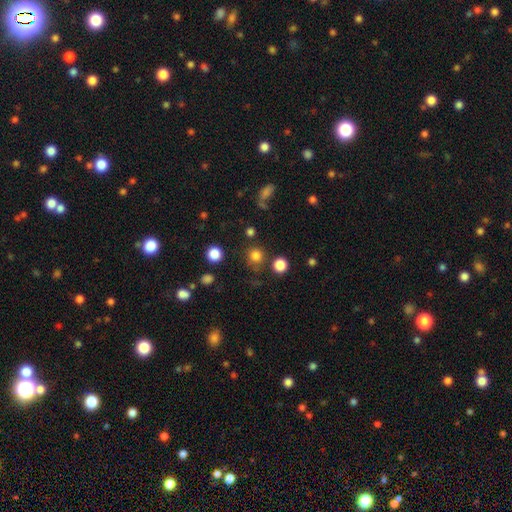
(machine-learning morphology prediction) smooth-or-featured: smooth: 80% | star or artifact: 15% | featured or disk: 5%
  how-rounded: round: 92% | in between: 7% | cigar-shaped: 1%
  merging: none: 80% | minor disturbance: 9% | merger: 7% | major disturbance: 4%